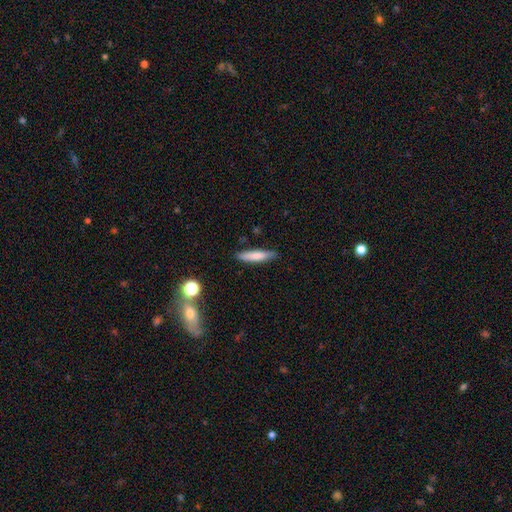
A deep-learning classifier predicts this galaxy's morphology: type=smooth (74%); roundness=cigar-shaped (85%); merging=none (85%).